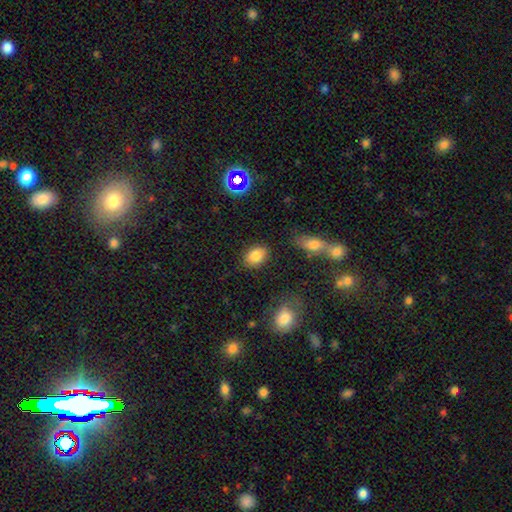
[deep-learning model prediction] Smooth or featured? smooth (84%)
How rounded? in between (72%)
Merging? none (84%)